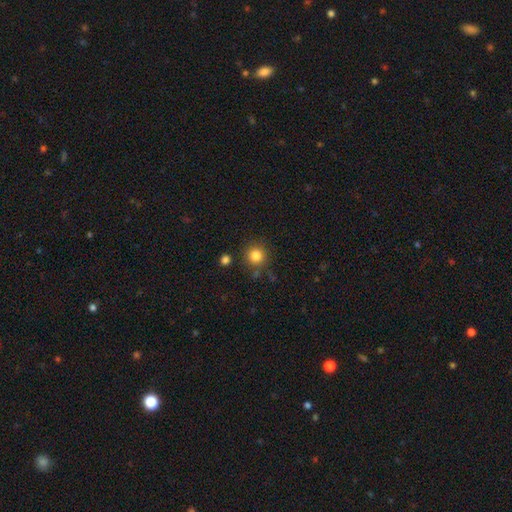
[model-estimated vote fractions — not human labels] Morphology: type=smooth (83%); roundness=round (94%); merging=none (82%).